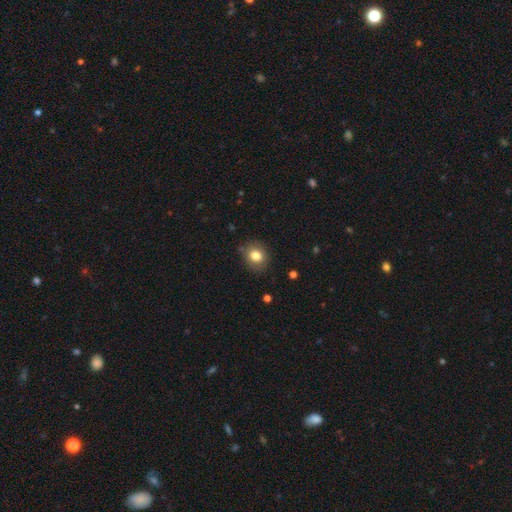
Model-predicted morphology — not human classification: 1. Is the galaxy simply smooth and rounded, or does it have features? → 81% smooth, 10% star or artifact, 9% featured or disk.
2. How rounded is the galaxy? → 68% round, 31% in between, 1% cigar-shaped.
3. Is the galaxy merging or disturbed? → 82% none, 13% minor disturbance, 3% major disturbance, 2% merger.